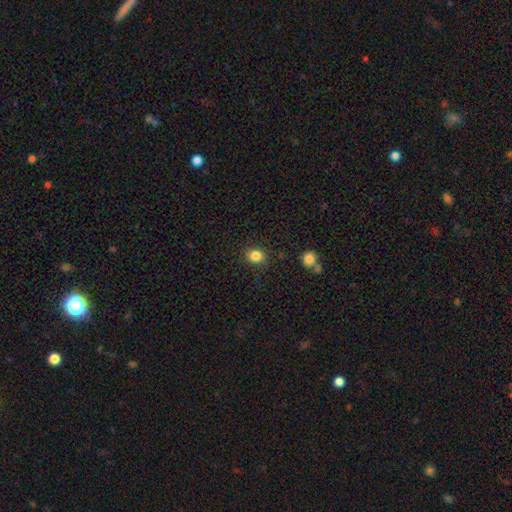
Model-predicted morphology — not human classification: Overall: smooth (85%). How rounded: round (62%; in between 37%). Merging: none (86%).